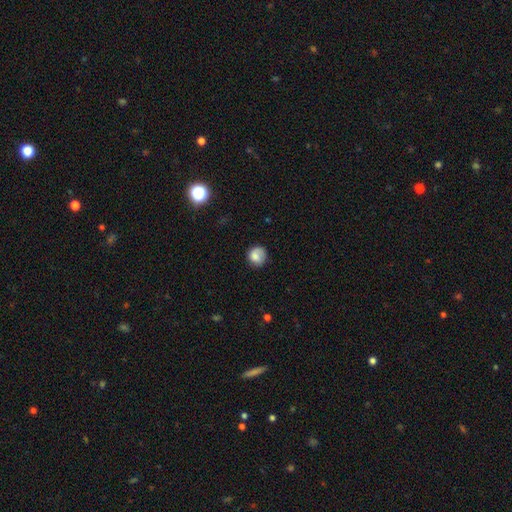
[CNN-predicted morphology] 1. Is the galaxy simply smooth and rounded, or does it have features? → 76% smooth, 16% featured or disk, 8% star or artifact.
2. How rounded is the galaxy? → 83% round, 16% in between, 1% cigar-shaped.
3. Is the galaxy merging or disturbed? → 67% none, 23% minor disturbance, 9% major disturbance, 2% merger.